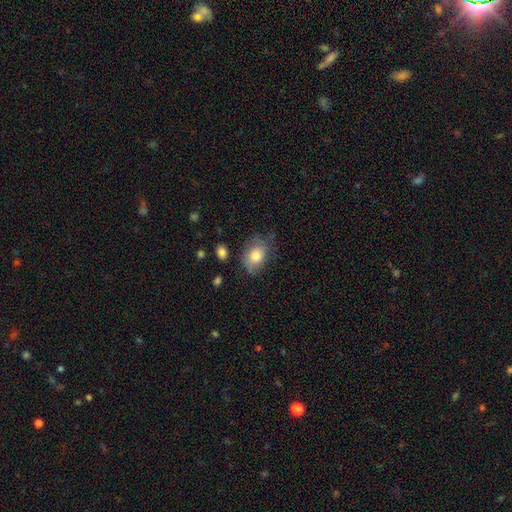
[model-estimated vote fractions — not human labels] smooth 78%, featured or disk 15%, star or artifact 8%. Down the decision tree: how rounded — in between (76%); merging — none (60%).